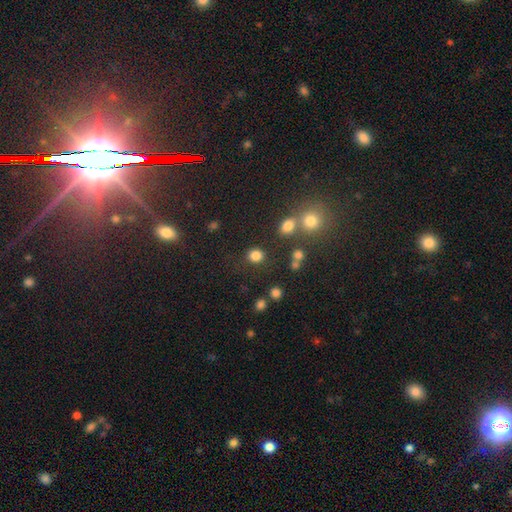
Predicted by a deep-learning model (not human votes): smooth_or_featured: smooth (p=0.82) [alt: star or artifact p=0.13]
how_rounded: round (p=0.77) [alt: in between p=0.22]
merging: none (p=0.81) [alt: minor disturbance p=0.10]